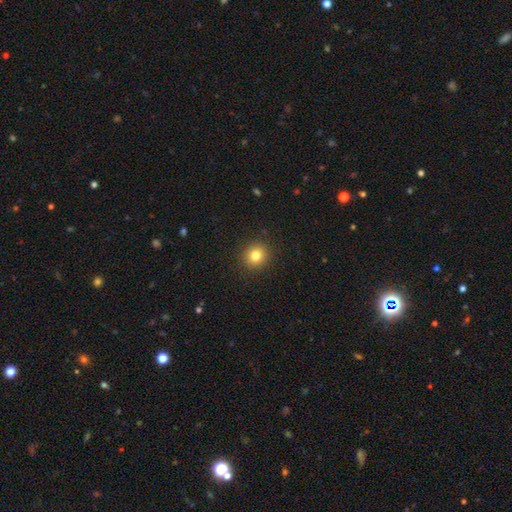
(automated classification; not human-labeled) Morphology: type=smooth (80%); roundness=round (87%); merging=none (91%).